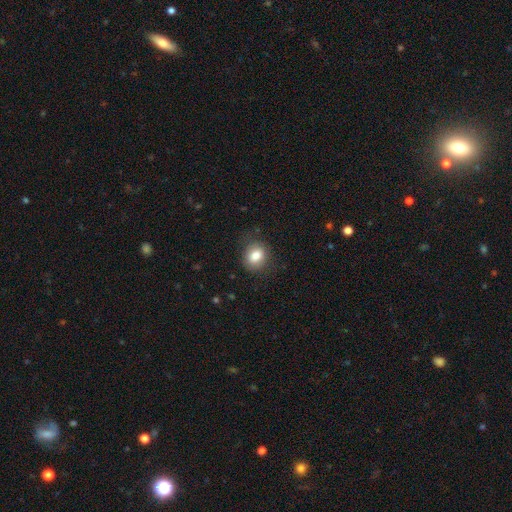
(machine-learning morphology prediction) smooth_or_featured: smooth (p=0.81) [alt: featured or disk p=0.10]
how_rounded: round (p=0.59) [alt: in between p=0.40]
merging: none (p=0.81) [alt: minor disturbance p=0.14]